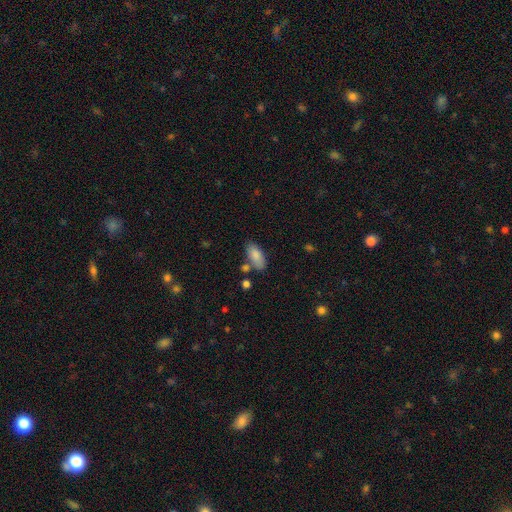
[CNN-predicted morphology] Q: Smooth or featured?
A: smooth (86%); runner-up: featured or disk (7%)
Q: How rounded?
A: in between (87%); runner-up: cigar-shaped (11%)
Q: Merging?
A: none (70%); runner-up: minor disturbance (16%)